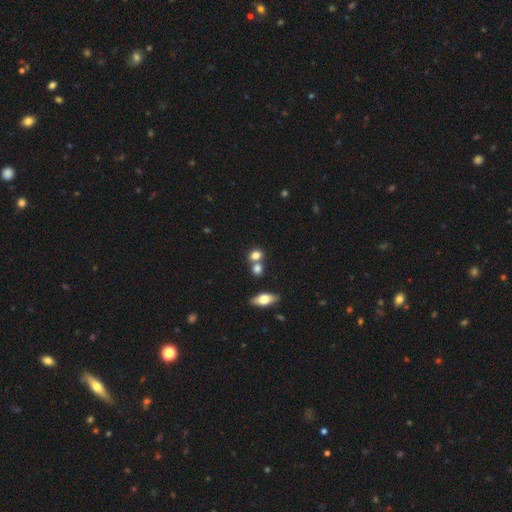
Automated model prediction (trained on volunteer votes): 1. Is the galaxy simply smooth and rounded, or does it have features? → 78% smooth, 11% featured or disk, 11% star or artifact.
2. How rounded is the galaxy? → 50% round, 47% in between, 3% cigar-shaped.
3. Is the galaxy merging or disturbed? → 50% none, 37% merger, 9% minor disturbance, 4% major disturbance.